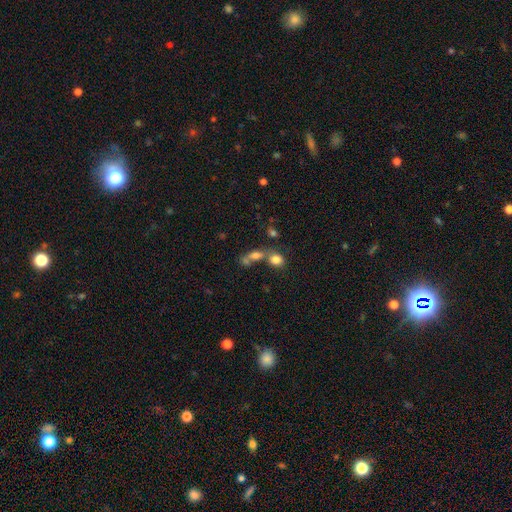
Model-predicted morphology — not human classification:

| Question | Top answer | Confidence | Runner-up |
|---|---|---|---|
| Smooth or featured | smooth | 67% | star or artifact (18%) |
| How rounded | round | 50% | in between (45%) |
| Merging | merger | 52% | none (34%) |